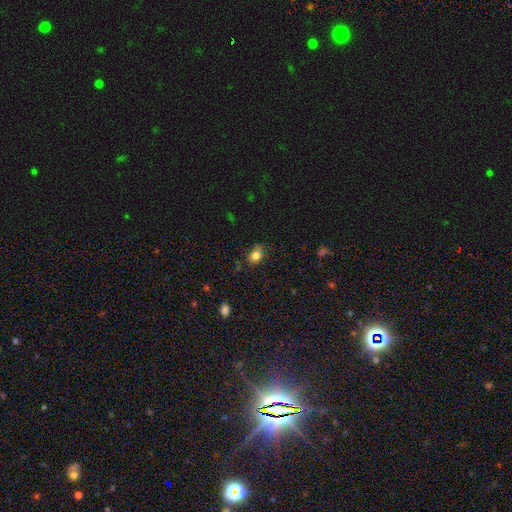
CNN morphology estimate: Smooth or featured: smooth — 81% (star or artifact — 12%)
How rounded: in between — 59% (round — 40%)
Merging: none — 71% (minor disturbance — 22%)